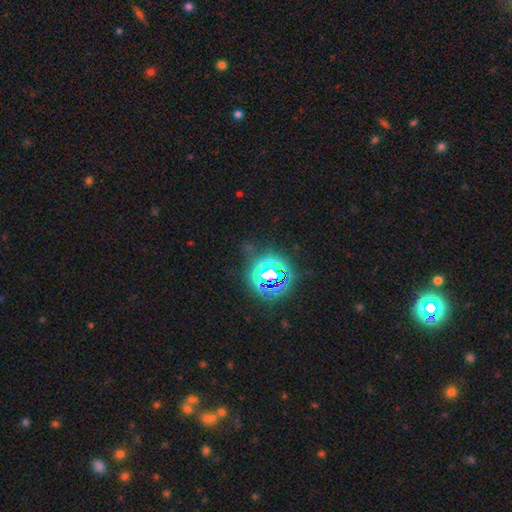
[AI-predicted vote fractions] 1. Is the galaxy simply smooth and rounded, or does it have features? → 78% star or artifact, 15% smooth, 6% featured or disk.